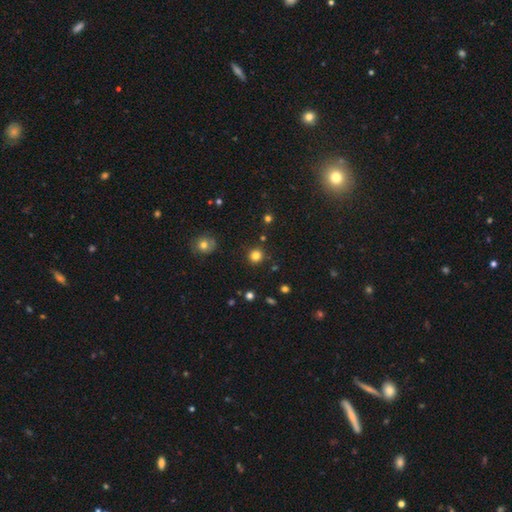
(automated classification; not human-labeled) This is clearly a smooth galaxy (81%). How rounded: clearly round (93%). Merging: clearly none (90%).